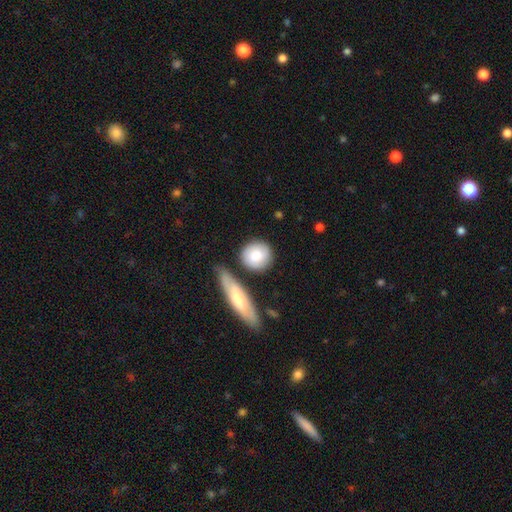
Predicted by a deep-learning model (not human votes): smooth-or-featured: smooth: 78% | featured or disk: 17% | star or artifact: 5%
  how-rounded: round: 81% | in between: 16% | cigar-shaped: 3%
  merging: none: 71% | minor disturbance: 13% | merger: 12% | major disturbance: 4%